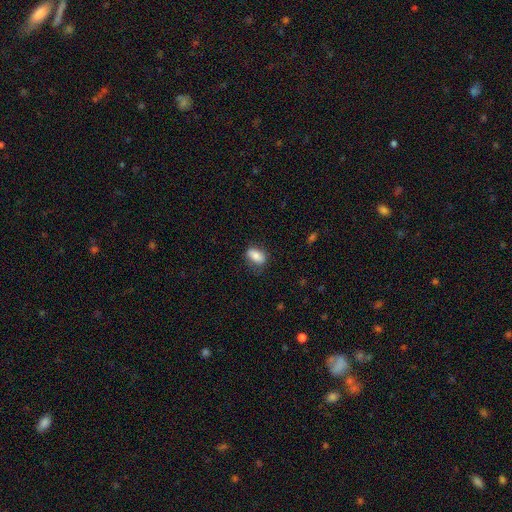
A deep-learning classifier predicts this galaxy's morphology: Smooth or featured? Predicted: smooth (p=0.82). How rounded? Predicted: in between (p=0.88). Merging? Predicted: none (p=0.71).